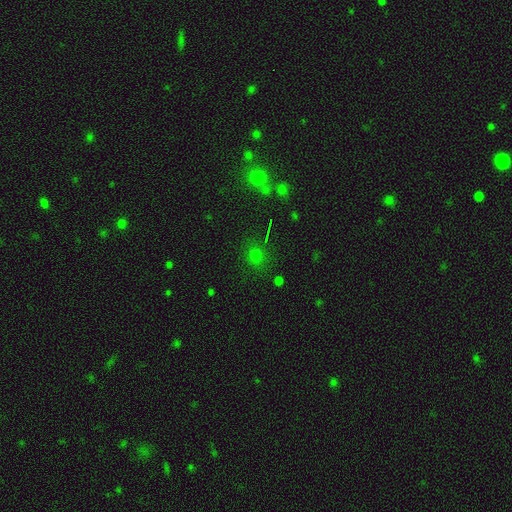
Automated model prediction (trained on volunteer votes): This appears to be a smooth galaxy with no disk features (65%) that is round (83%). Merging: none (82%).